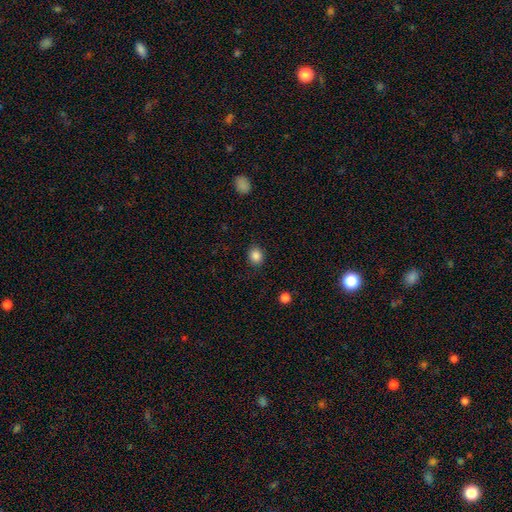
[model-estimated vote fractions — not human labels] smooth 86%, star or artifact 10%, featured or disk 4%. Down the decision tree: how rounded — round (73%); merging — none (88%).